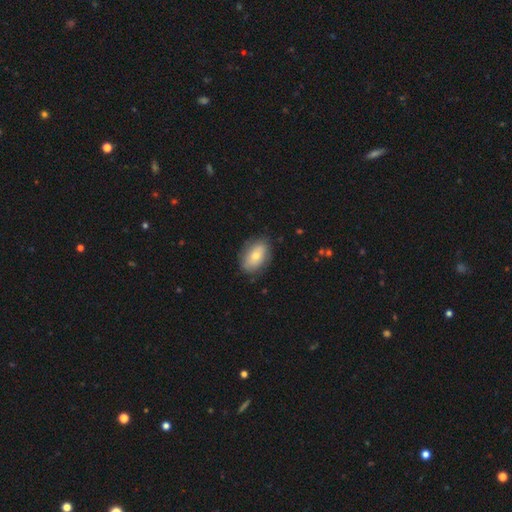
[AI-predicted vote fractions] Overall: smooth (65%; featured or disk 27%). How rounded: in between (87%). Merging: none (80%).